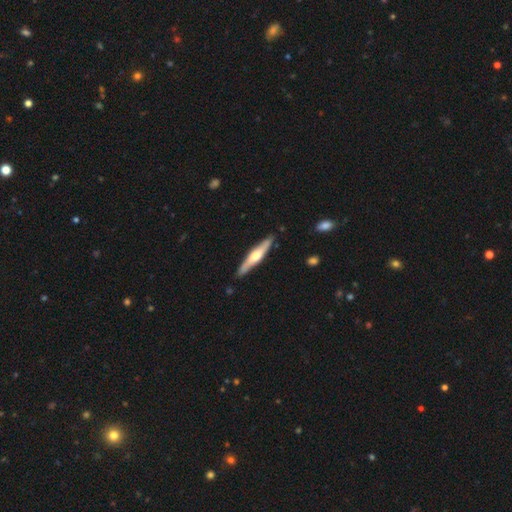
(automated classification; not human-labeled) featured or disk 59%, smooth 37%, star or artifact 4%. Down the decision tree: edge-on disk — yes (94%); edge-on bulge — rounded (87%); merging — none (88%).